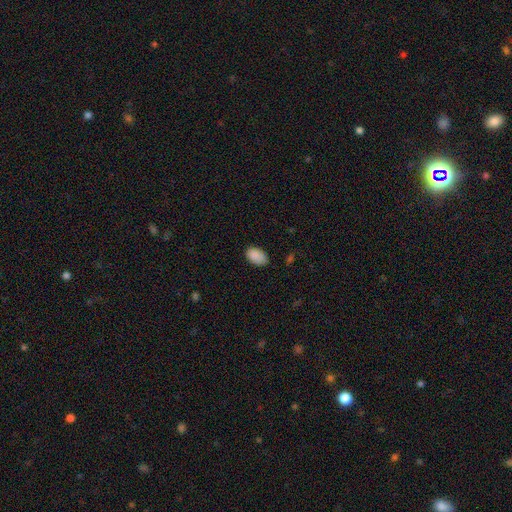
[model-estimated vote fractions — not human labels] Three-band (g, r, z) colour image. It shows a smooth galaxy with no disk features (89%) that is in between round and cigar-shaped (92%). Merging: none (78%).